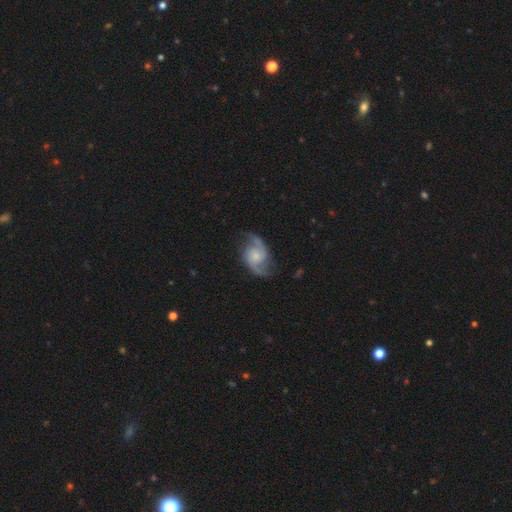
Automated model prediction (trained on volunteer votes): Smooth or featured: featured or disk — 87% (smooth — 8%)
Edge-on disk: no — 98% (yes — 2%)
Bar: no — 63% (weak — 31%)
Spiral arms: yes — 97% (no — 3%)
Spiral winding: medium — 45% (loose — 43%)
Spiral arm count: 2 — 93% (can't tell — 2%)
Bulge size: small — 42% (moderate — 34%)
Merging: none — 74% (minor disturbance — 17%)